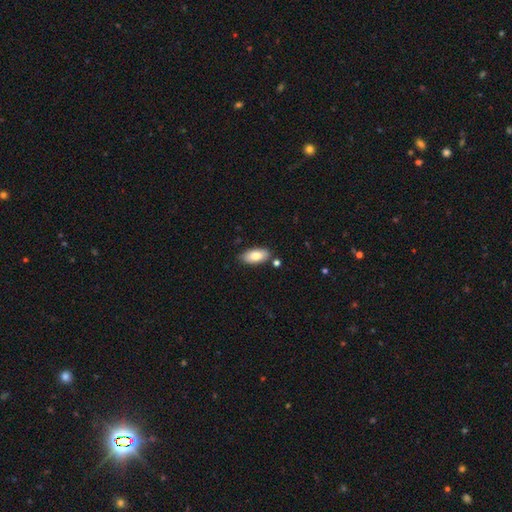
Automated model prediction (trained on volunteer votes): This is clearly a smooth galaxy (82%). How rounded: clearly in between (92%). Merging: clearly none (82%).